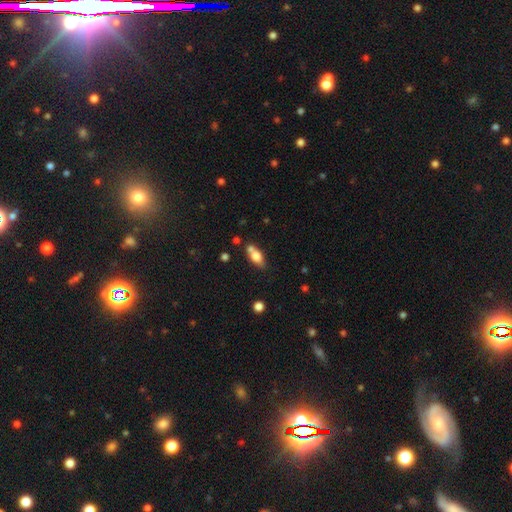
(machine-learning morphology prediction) smooth_or_featured: smooth (p=0.73) [alt: featured or disk p=0.18]
how_rounded: in between (p=0.79) [alt: cigar-shaped p=0.12]
merging: none (p=0.51) [alt: merger p=0.27]